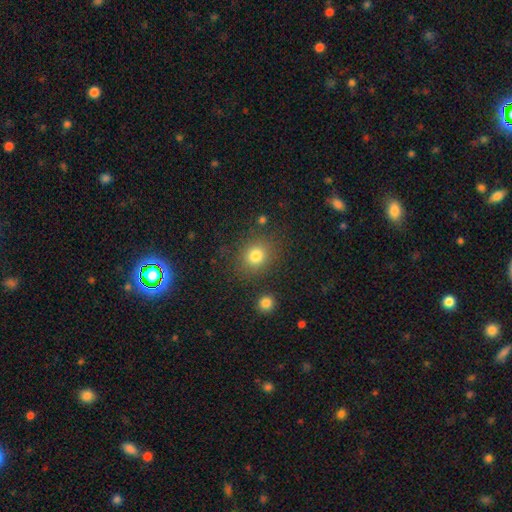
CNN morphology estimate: Smooth or featured?
  - smooth: 80% *
  - star or artifact: 13%
  - featured or disk: 7%
How rounded?
  - round: 71% *
  - in between: 28%
  - cigar-shaped: 1%
Merging?
  - none: 81% *
  - minor disturbance: 10%
  - major disturbance: 4%
  - merger: 4%